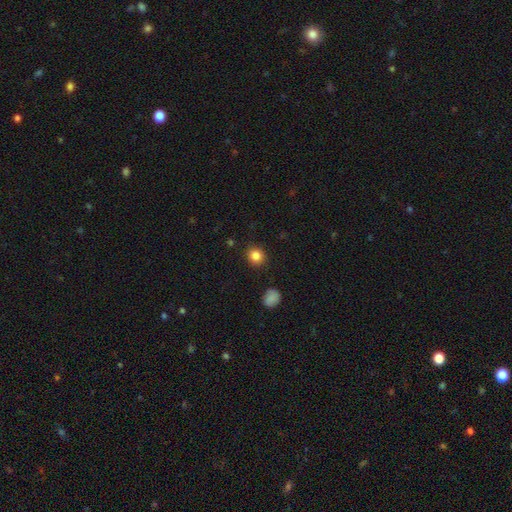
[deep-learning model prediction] This appears to be a smooth galaxy with no disk features (84%) that is round (84%). Merging: none (89%).